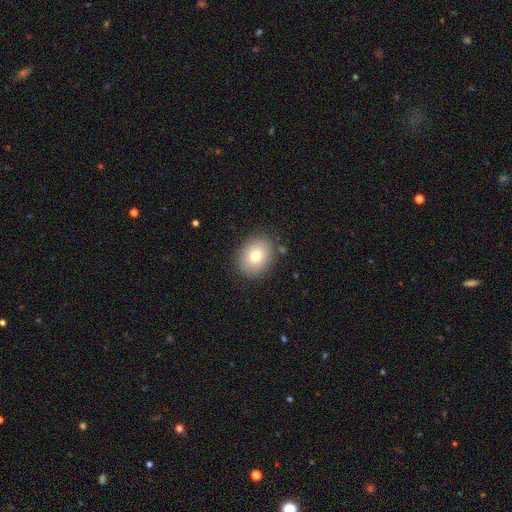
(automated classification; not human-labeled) Smooth or featured? Predicted: smooth (p=0.77). How rounded? Predicted: in between (p=0.55). Merging? Predicted: none (p=0.85).